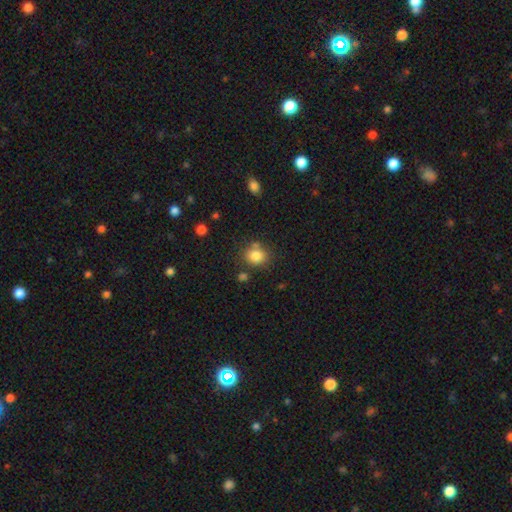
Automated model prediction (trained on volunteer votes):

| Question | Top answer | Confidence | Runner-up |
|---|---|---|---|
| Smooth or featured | smooth | 83% | star or artifact (11%) |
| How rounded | round | 70% | in between (29%) |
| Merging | none | 70% | minor disturbance (15%) |